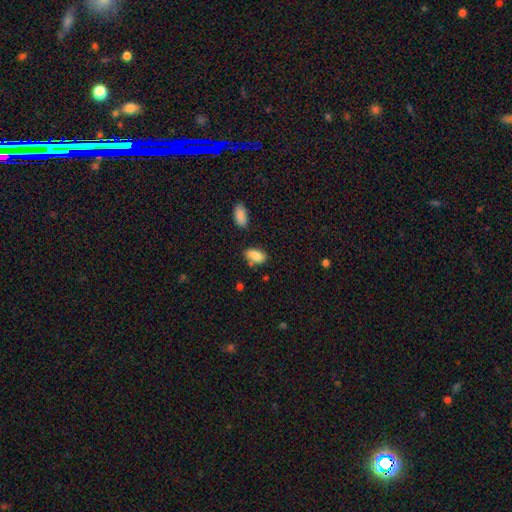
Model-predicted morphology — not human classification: Smooth or featured: smooth — 86% (star or artifact — 8%)
How rounded: in between — 93% (round — 4%)
Merging: none — 68% (minor disturbance — 21%)